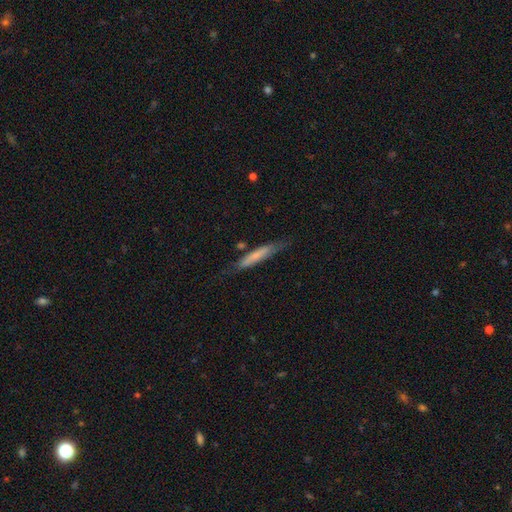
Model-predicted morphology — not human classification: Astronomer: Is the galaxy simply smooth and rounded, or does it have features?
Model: smooth — 59% (runner-up: featured or disk, 35%).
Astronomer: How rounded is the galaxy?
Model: cigar-shaped — 91%.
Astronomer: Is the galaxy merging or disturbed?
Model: none — 69%.